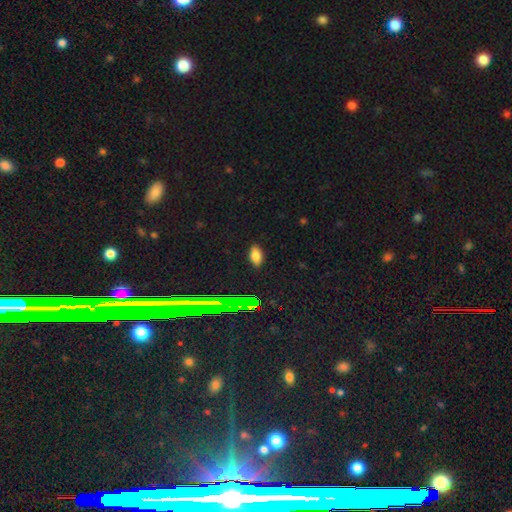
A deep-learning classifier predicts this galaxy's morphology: A smooth galaxy with no disk features (77%) that is in between round and cigar-shaped (90%).

Vote fractions:
- Smooth or featured? smooth: 77% / star or artifact: 16% / featured or disk: 7%
- How rounded? in between: 90% / cigar-shaped: 5% / round: 5%
- Merging? none: 87% / minor disturbance: 9% / major disturbance: 2% / merger: 1%